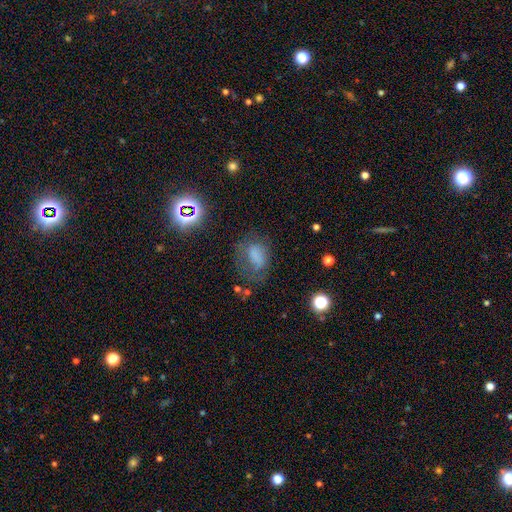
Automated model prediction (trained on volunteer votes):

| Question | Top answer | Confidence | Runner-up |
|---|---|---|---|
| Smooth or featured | smooth | 58% | featured or disk (23%) |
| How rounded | in between | 72% | round (26%) |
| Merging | none | 43% | major disturbance (29%) |